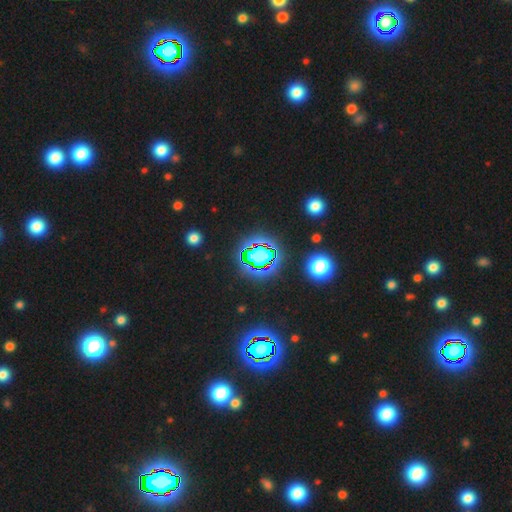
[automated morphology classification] Smooth or featured? Predicted: star or artifact (p=0.67).